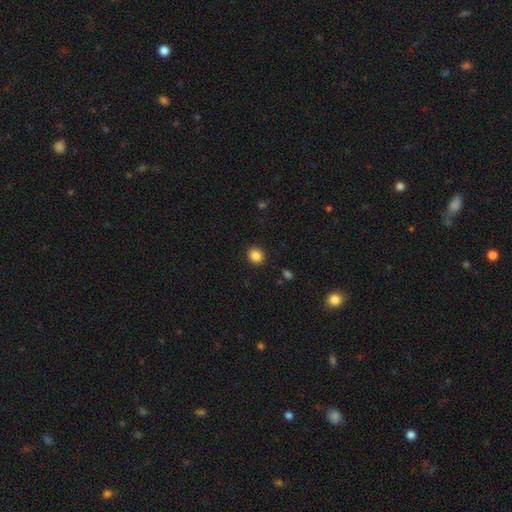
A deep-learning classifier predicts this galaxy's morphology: Smooth or featured? Predicted: smooth (p=0.86). How rounded? Predicted: round (p=0.74). Merging? Predicted: none (p=0.91).